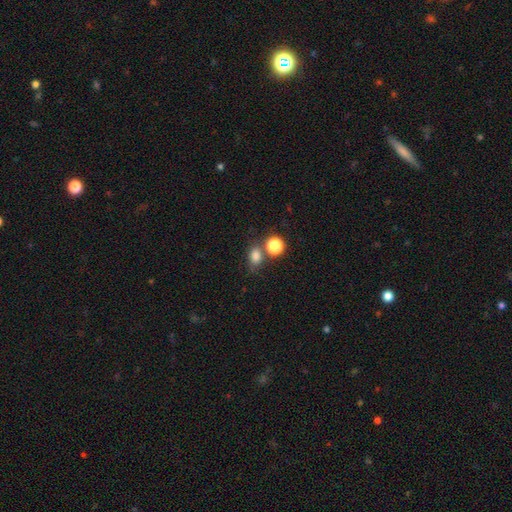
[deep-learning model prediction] Smooth or featured? Predicted: smooth (p=0.80). How rounded? Predicted: in between (p=0.57). Merging? Predicted: none (p=0.62).